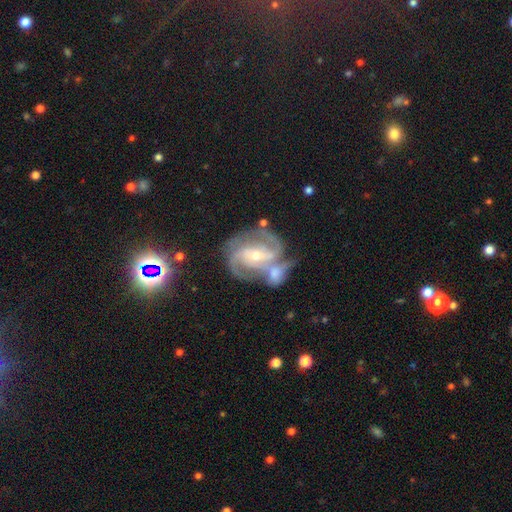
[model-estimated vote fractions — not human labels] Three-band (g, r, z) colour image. It shows a featured or disk galaxy (89%) with a weak bar (38%), 2 (54%) medium (49%) spiral arms (97%) and a small central bulge (61%). Merging: none (42%).